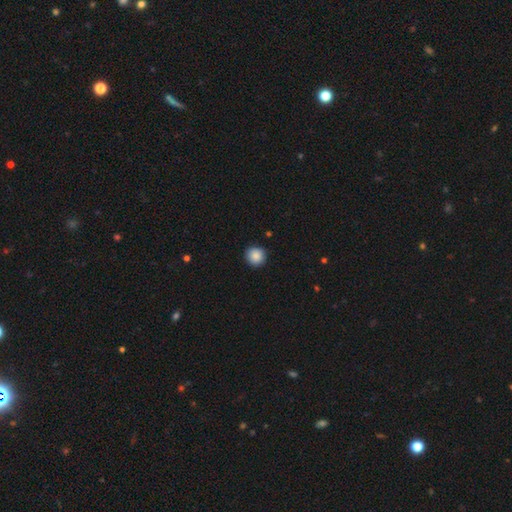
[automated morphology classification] This appears to be a smooth galaxy with no disk features (88%) that is round (94%). Merging: none (91%).